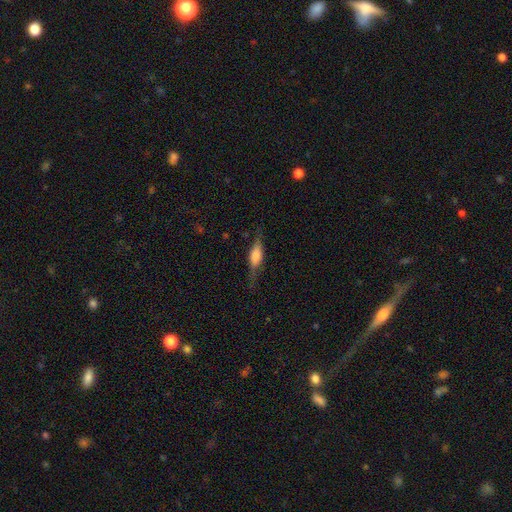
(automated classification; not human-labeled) This is possibly a featured or disk galaxy (51%). It is clearly viewed edge-on (93%). Merging: likely none (74%).